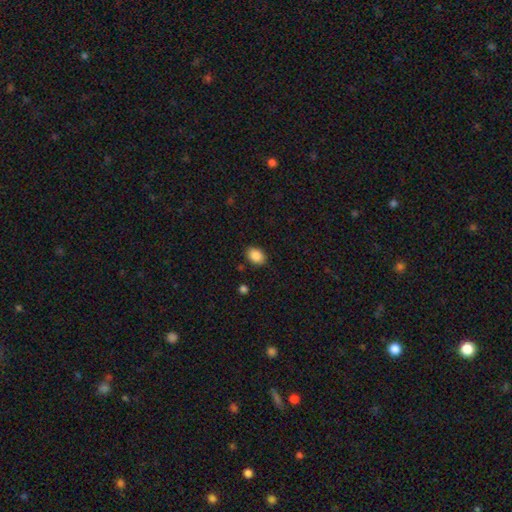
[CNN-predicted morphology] A smooth galaxy with no disk features (88%) that is in between round and cigar-shaped (75%).

Vote fractions:
- Smooth or featured? smooth: 88% / star or artifact: 8% / featured or disk: 4%
- How rounded? in between: 75% / round: 24% / cigar-shaped: 1%
- Merging? none: 87% / minor disturbance: 10% / major disturbance: 2% / merger: 1%